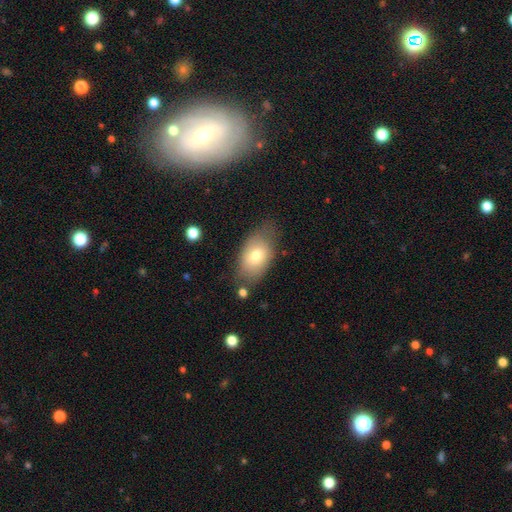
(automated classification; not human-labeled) Smooth or featured? Predicted: smooth (p=0.73). How rounded? Predicted: in between (p=0.89). Merging? Predicted: none (p=0.65).